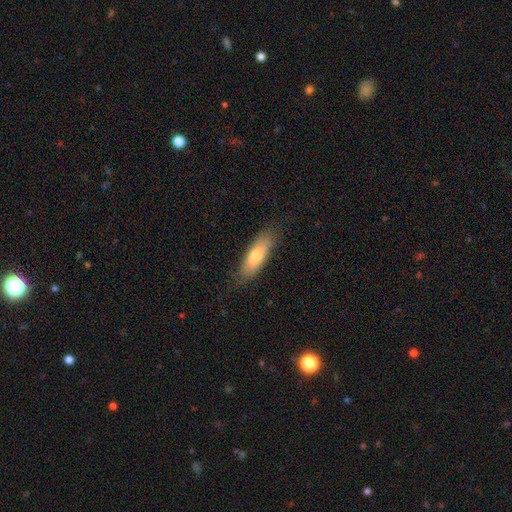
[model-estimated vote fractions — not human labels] Smooth or featured? smooth (72%)
How rounded? in between (53%)
Merging? none (80%)